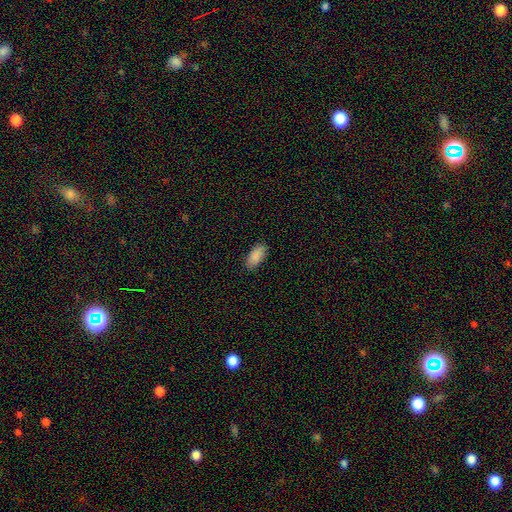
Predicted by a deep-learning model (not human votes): This is clearly a smooth galaxy (89%). How rounded: clearly in between (91%). Merging: clearly none (86%).